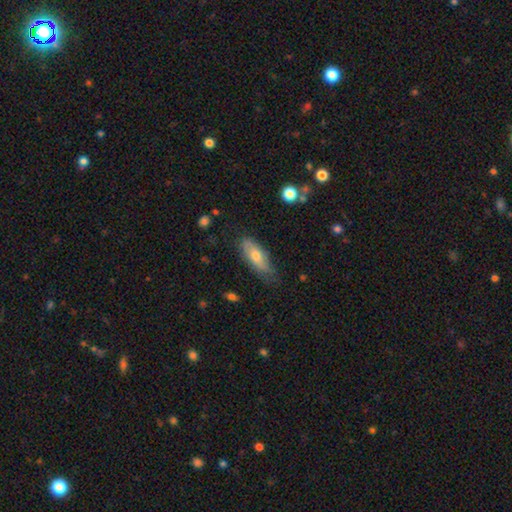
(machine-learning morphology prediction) Smooth or featured?
  - smooth: 64% *
  - featured or disk: 30%
  - star or artifact: 6%
How rounded?
  - in between: 70% *
  - cigar-shaped: 27%
  - round: 3%
Merging?
  - none: 69% *
  - minor disturbance: 25%
  - major disturbance: 5%
  - merger: 2%